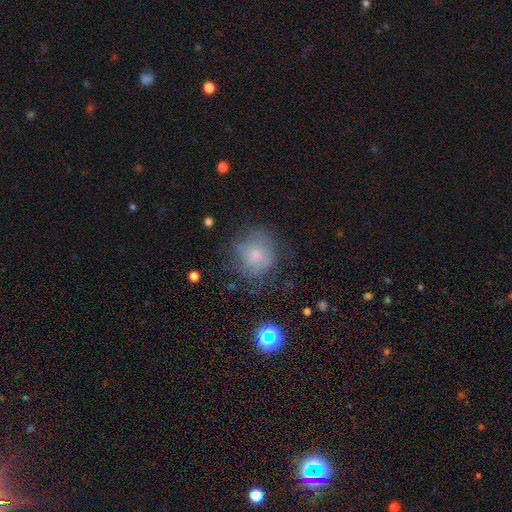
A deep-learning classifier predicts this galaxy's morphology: smooth-or-featured: smooth: 62% | featured or disk: 25% | star or artifact: 13%
  how-rounded: round: 83% | in between: 16% | cigar-shaped: 1%
  merging: none: 57% | minor disturbance: 25% | major disturbance: 16% | merger: 3%